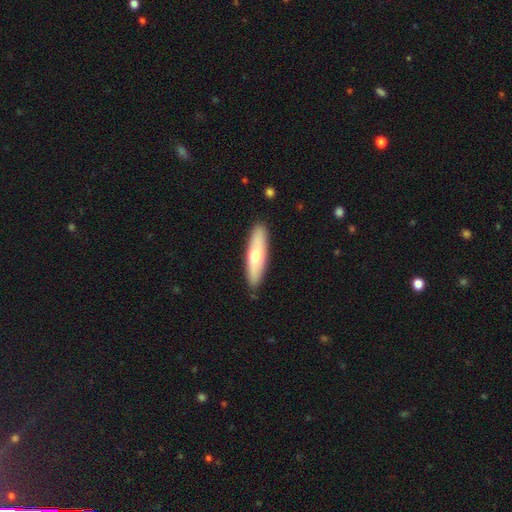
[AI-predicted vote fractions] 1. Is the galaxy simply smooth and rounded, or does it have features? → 58% smooth, 37% featured or disk, 5% star or artifact.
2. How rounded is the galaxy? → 68% cigar-shaped, 31% in between, 2% round.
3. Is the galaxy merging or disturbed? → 88% none, 9% minor disturbance, 2% major disturbance, 1% merger.